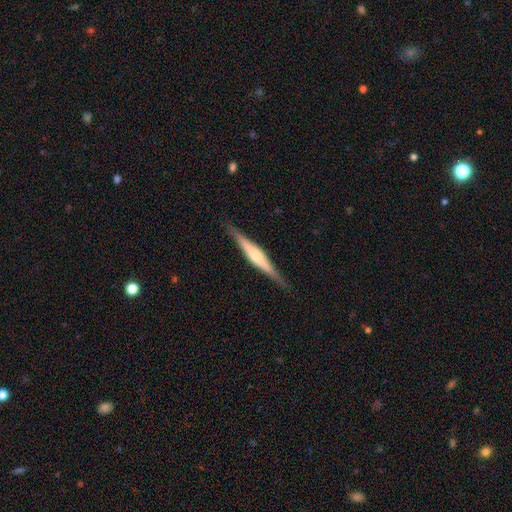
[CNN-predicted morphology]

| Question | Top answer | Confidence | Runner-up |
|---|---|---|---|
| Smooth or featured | featured or disk | 70% | smooth (25%) |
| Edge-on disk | yes | 98% | no (2%) |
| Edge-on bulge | rounded | 66% | boxy (23%) |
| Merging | none | 89% | minor disturbance (8%) |